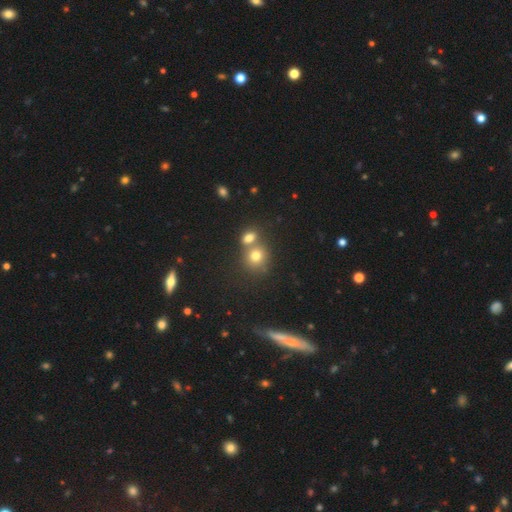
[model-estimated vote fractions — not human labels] This is likely a smooth galaxy (74%). How rounded: likely round (77%). Merging: possibly merger (47%).